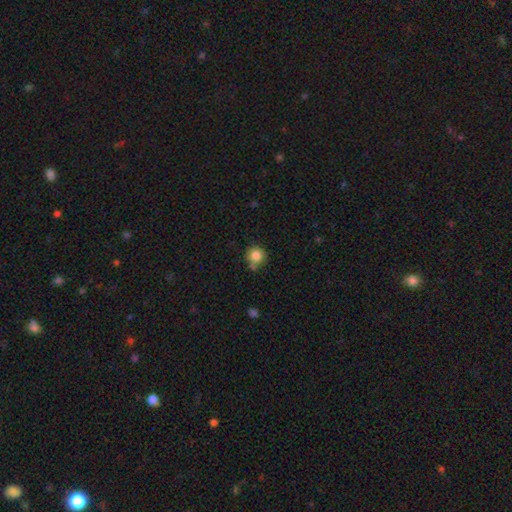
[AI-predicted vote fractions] This appears to be a smooth galaxy with no disk features (82%) that is round (91%). Merging: none (67%).